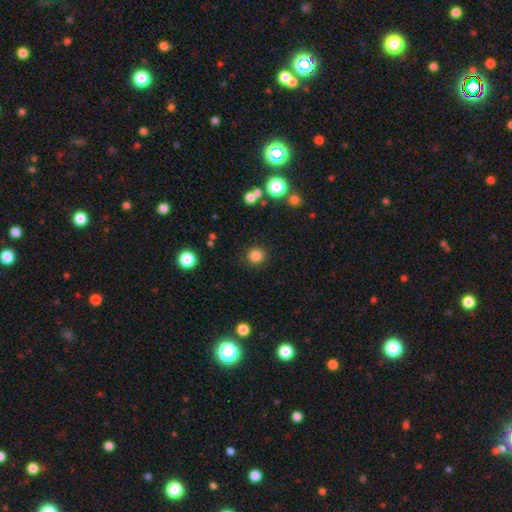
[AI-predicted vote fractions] smooth 83%, star or artifact 13%, featured or disk 4%. Down the decision tree: how rounded — round (91%); merging — none (88%).